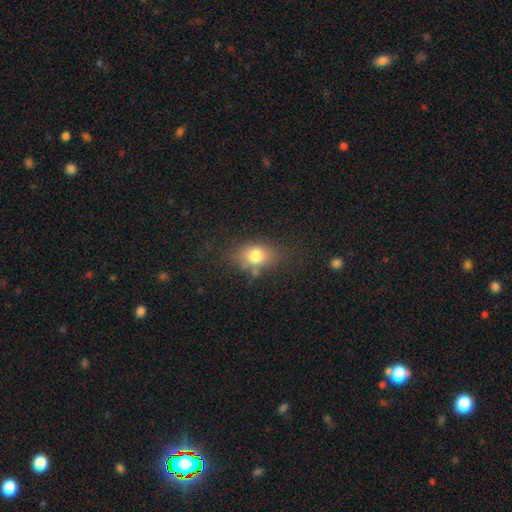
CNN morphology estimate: This appears to be a smooth galaxy with no disk features (78%) that is in between round and cigar-shaped (63%). Merging: none (68%).